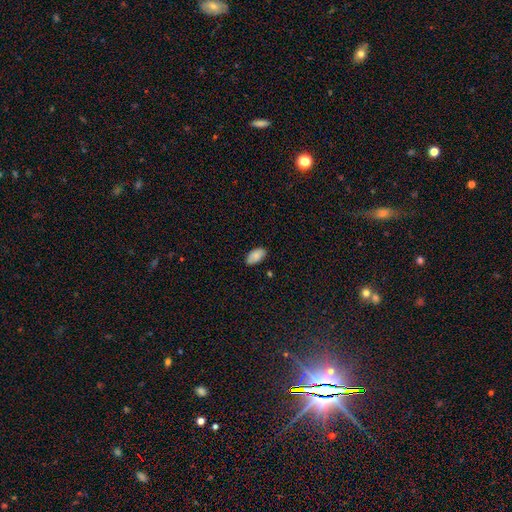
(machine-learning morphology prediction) Overall: smooth (86%). How rounded: in between (95%). Merging: none (83%).